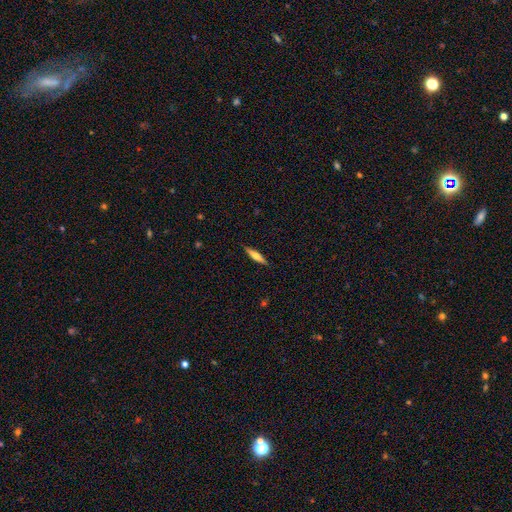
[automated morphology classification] type=featured or disk (48%); merging=none (90%).